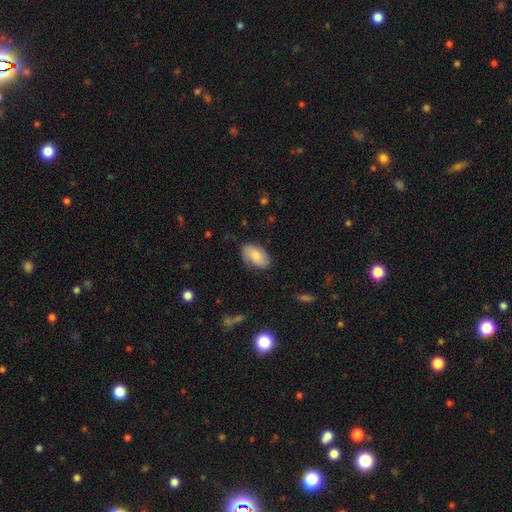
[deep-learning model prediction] Smooth or featured?
  - smooth: 73% *
  - featured or disk: 20%
  - star or artifact: 7%
How rounded?
  - in between: 93% *
  - round: 5%
  - cigar-shaped: 2%
Merging?
  - none: 76% *
  - minor disturbance: 18%
  - major disturbance: 4%
  - merger: 1%